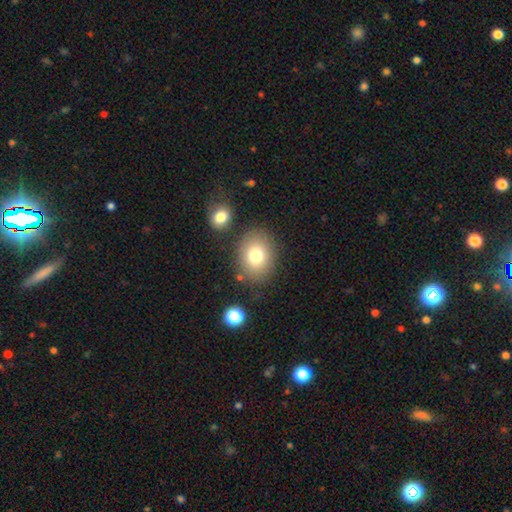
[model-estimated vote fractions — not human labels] Smooth or featured? Predicted: smooth (p=0.78). How rounded? Predicted: round (p=0.51). Merging? Predicted: none (p=0.78).